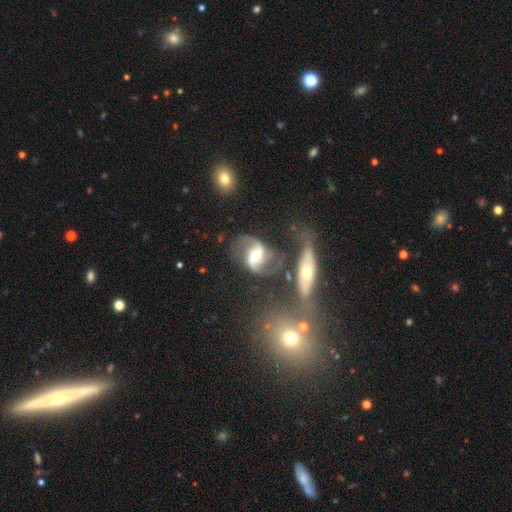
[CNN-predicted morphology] The model was most divided on "bar": weak: 41%, no: 29%, strong: 29%. More confident: edge-on disk — no (97%); spiral arms — yes (97%); spiral arm count — 2 (93%); smooth or featured — featured or disk (89%); bulge size — moderate (64%); merging — none (58%); spiral winding — loose (54%).